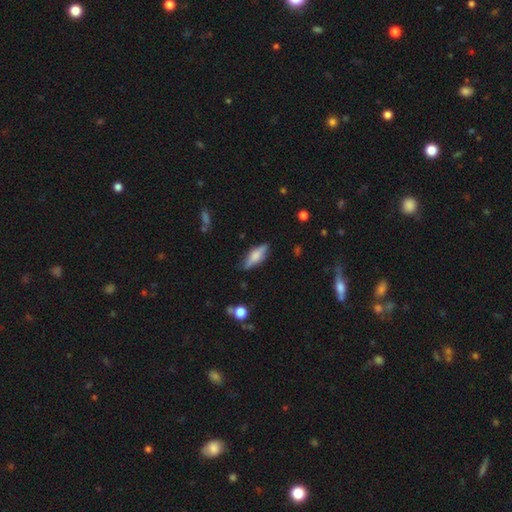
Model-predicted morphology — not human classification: Smooth or featured: smooth — 48% (featured or disk — 45%)
Merging: none — 81% (minor disturbance — 14%)